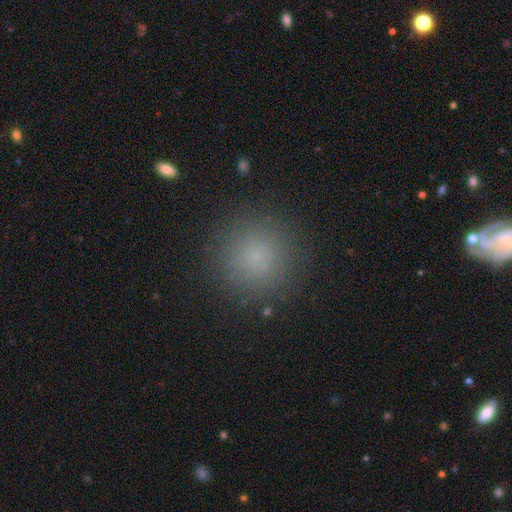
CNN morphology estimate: This is likely a smooth galaxy (78%). How rounded: clearly round (96%). Merging: clearly none (90%).